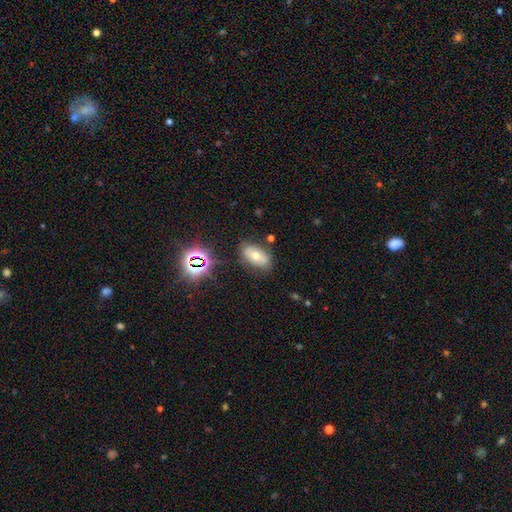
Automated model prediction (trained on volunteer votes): smooth-or-featured: smooth: 51% | featured or disk: 26% | star or artifact: 23%
  how-rounded: in between: 88% | round: 8% | cigar-shaped: 4%
  merging: none: 79% | minor disturbance: 14% | major disturbance: 4% | merger: 3%